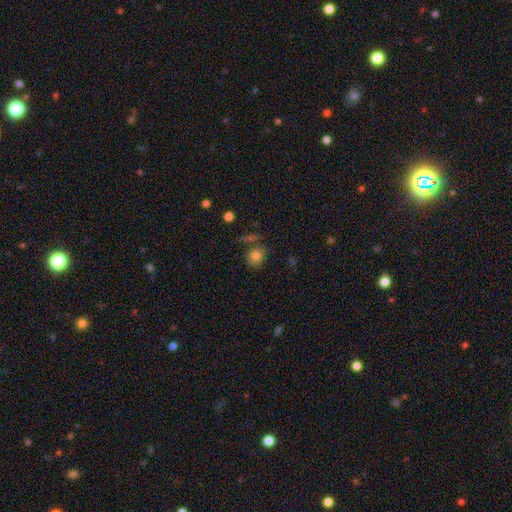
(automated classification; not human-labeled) A smooth galaxy with no disk features (80%) that is round (73%).

Vote fractions:
- Smooth or featured? smooth: 80% / star or artifact: 11% / featured or disk: 9%
- How rounded? round: 73% / in between: 25% / cigar-shaped: 1%
- Merging? none: 72% / minor disturbance: 14% / merger: 10% / major disturbance: 4%